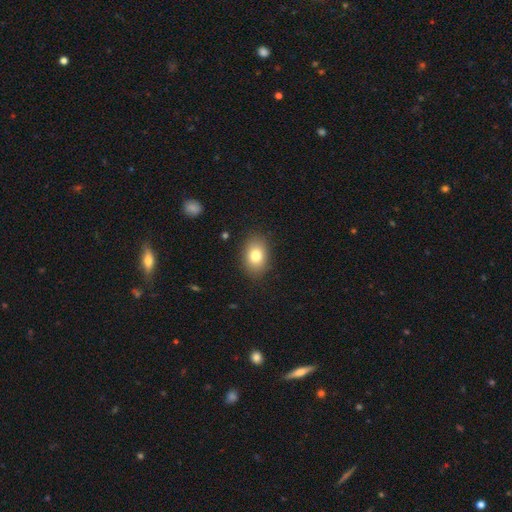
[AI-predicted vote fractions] Smooth or featured?
  - smooth: 79% *
  - featured or disk: 11%
  - star or artifact: 9%
How rounded?
  - in between: 81% *
  - round: 17%
  - cigar-shaped: 1%
Merging?
  - none: 87% *
  - minor disturbance: 9%
  - major disturbance: 3%
  - merger: 1%